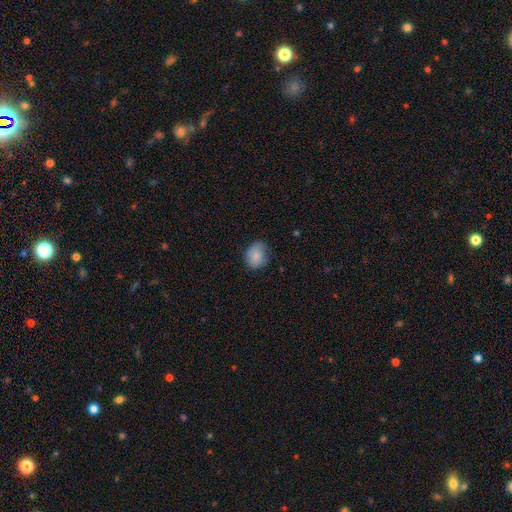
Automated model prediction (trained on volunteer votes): This is clearly a smooth galaxy (83%). How rounded: possibly round (51%). Merging: likely none (67%).